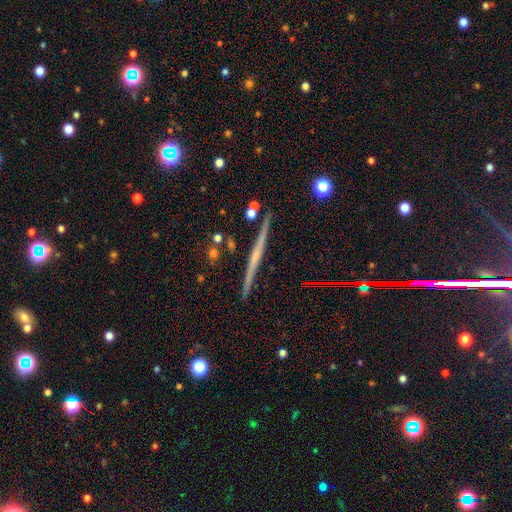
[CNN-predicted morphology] A featured or disk galaxy (75%) viewed edge-on (98%) with no central bulge (52%). Merging: none (91%).